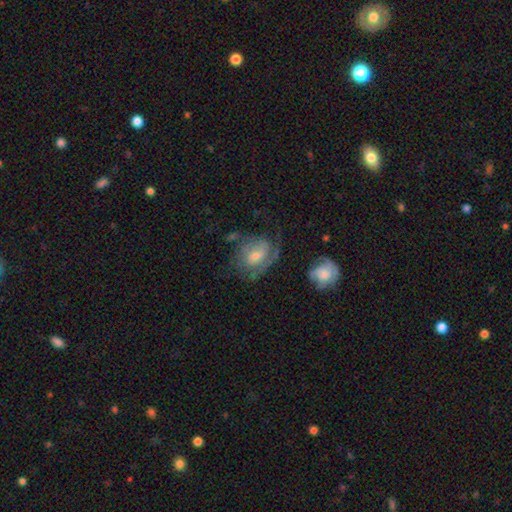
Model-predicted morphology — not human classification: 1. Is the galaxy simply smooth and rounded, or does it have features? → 70% featured or disk, 24% smooth, 7% star or artifact.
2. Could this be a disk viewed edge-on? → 97% no, 3% yes.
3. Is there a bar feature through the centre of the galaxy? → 45% no, 44% weak, 11% strong.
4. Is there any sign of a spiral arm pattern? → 86% yes, 14% no.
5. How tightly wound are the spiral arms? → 41% tight (tied), 41% medium (tied), 17% loose.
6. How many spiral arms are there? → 41% 2, 30% can't tell, 13% 3, 11% 1, 3% 4, 3% more than 4.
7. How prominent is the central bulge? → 49% moderate, 43% small, 5% large, 3% none, 1% dominant.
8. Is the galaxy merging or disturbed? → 49% none, 23% minor disturbance, 22% major disturbance, 5% merger.